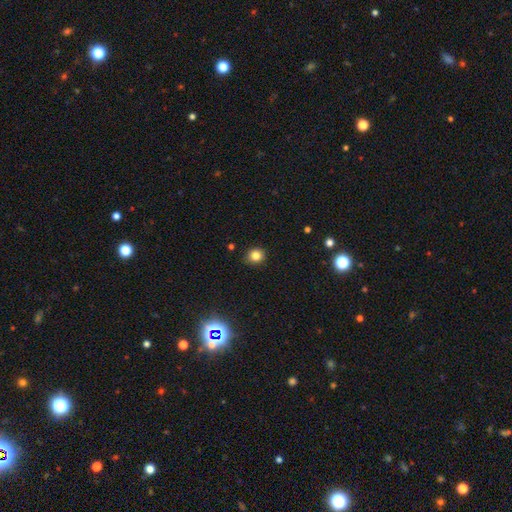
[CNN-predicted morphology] A smooth galaxy with no disk features (81%) that is round (80%).

Vote fractions:
- Smooth or featured? smooth: 81% / star or artifact: 13% / featured or disk: 6%
- How rounded? round: 80% / in between: 19% / cigar-shaped: 1%
- Merging? none: 88% / minor disturbance: 9% / major disturbance: 2% / merger: 1%